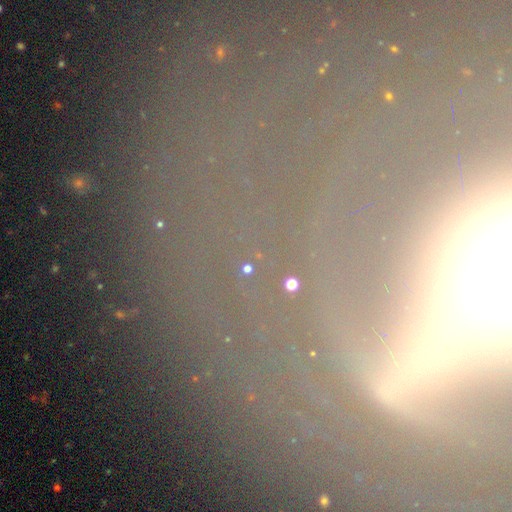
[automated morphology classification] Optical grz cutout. It shows a featured or disk galaxy (49%). Merging: none (64%).